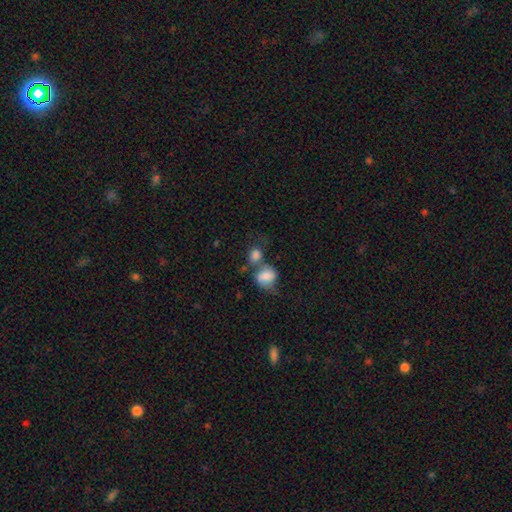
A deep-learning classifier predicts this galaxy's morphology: type=smooth (79%); roundness=round (54%); merging=merger (52%).